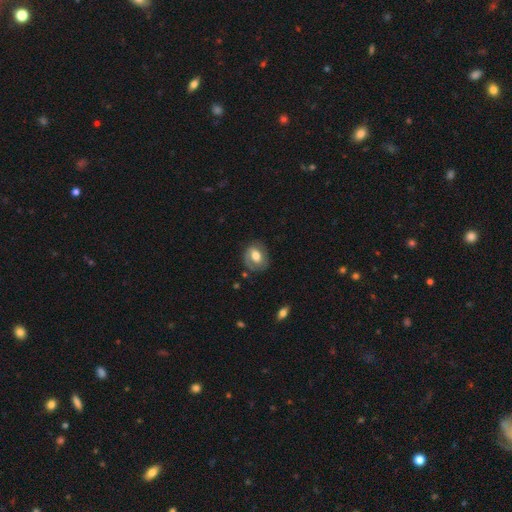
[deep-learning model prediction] Smooth or featured? Predicted: featured or disk (p=0.49). Merging? Predicted: none (p=0.70).